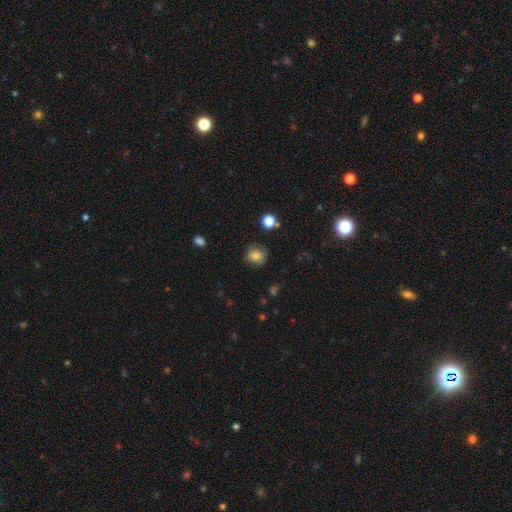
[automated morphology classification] This appears to be a smooth galaxy with no disk features (81%) that is round (85%). Merging: none (86%).